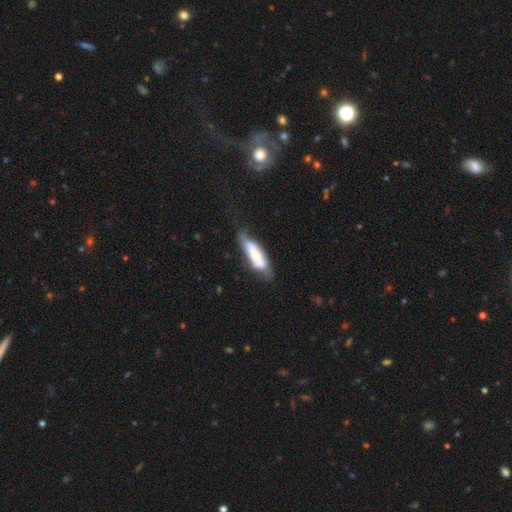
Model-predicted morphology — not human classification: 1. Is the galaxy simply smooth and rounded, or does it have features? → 60% smooth, 34% featured or disk, 6% star or artifact.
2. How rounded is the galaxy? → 55% cigar-shaped, 43% in between, 2% round.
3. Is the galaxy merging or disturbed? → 49% none, 32% minor disturbance, 14% major disturbance, 5% merger.